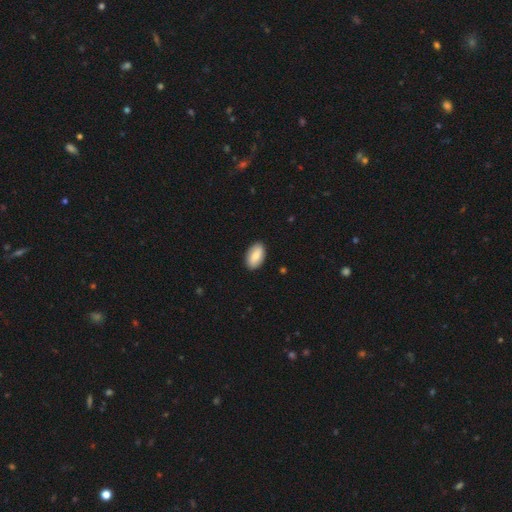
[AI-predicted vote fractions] smooth-or-featured: smooth: 81% | featured or disk: 13% | star or artifact: 6%
  how-rounded: in between: 94% | round: 3% | cigar-shaped: 3%
  merging: none: 89% | minor disturbance: 8% | major disturbance: 2% | merger: 1%